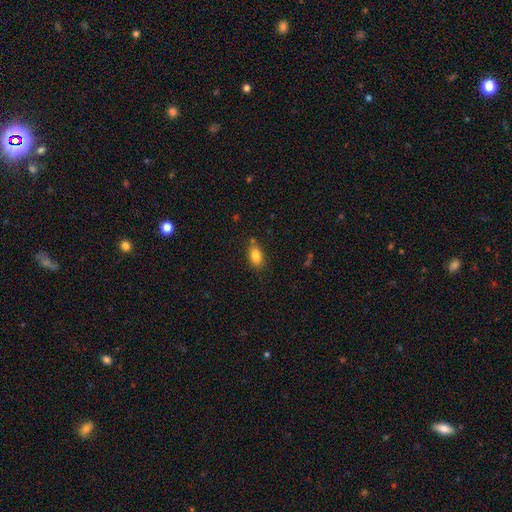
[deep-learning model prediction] A smooth galaxy with no disk features (83%) that is in between round and cigar-shaped (85%).

Vote fractions:
- Smooth or featured? smooth: 83% / star or artifact: 9% / featured or disk: 8%
- How rounded? in between: 85% / round: 12% / cigar-shaped: 3%
- Merging? none: 76% / minor disturbance: 16% / merger: 5% / major disturbance: 3%